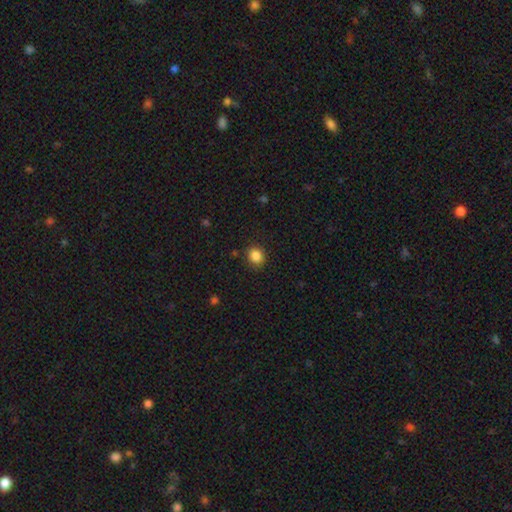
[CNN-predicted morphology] type=smooth (86%); roundness=round (74%); merging=none (87%).